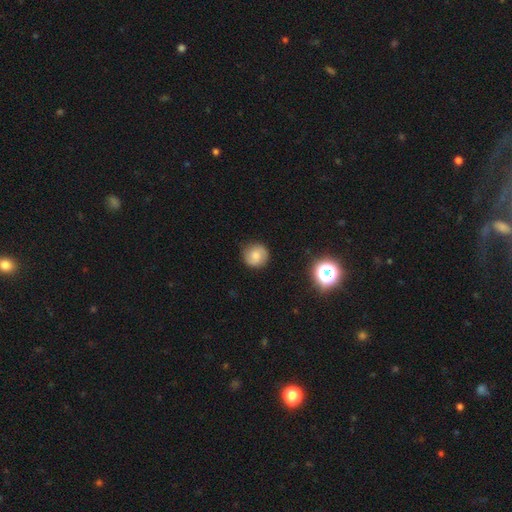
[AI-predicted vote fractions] Smooth or featured? smooth (66%)
How rounded? round (90%)
Merging? none (84%)